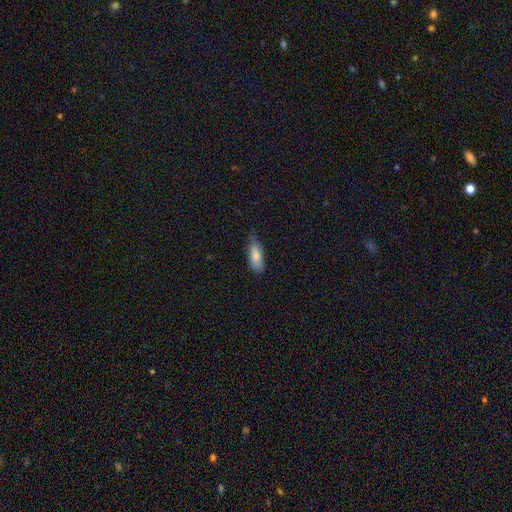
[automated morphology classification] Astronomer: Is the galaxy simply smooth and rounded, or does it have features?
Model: smooth — 81%.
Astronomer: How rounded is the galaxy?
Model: in between — 77%.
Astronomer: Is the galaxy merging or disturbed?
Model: none — 58% (runner-up: minor disturbance, 34%).